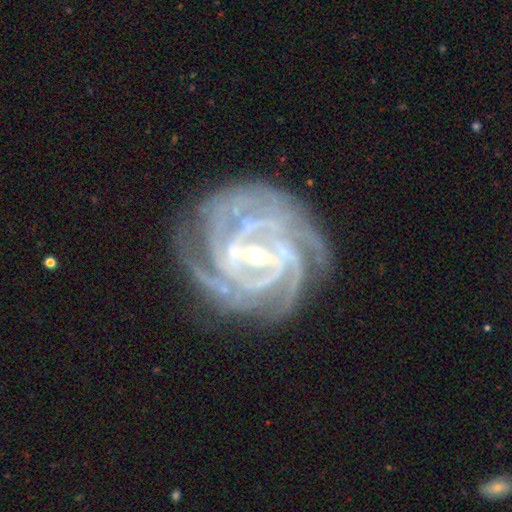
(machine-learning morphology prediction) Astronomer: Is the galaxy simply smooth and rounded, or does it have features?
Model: featured or disk — 93%.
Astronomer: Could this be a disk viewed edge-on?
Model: no — 97%.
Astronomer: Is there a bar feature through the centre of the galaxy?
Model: strong — 56% (runner-up: weak, 33%).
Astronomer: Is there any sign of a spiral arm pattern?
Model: yes — 99%.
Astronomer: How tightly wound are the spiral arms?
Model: tight — 72%.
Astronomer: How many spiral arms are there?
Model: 4 — 39% (runner-up: 3, 24%).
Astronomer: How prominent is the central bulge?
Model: small — 68%.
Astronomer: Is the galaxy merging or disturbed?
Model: none — 77%.